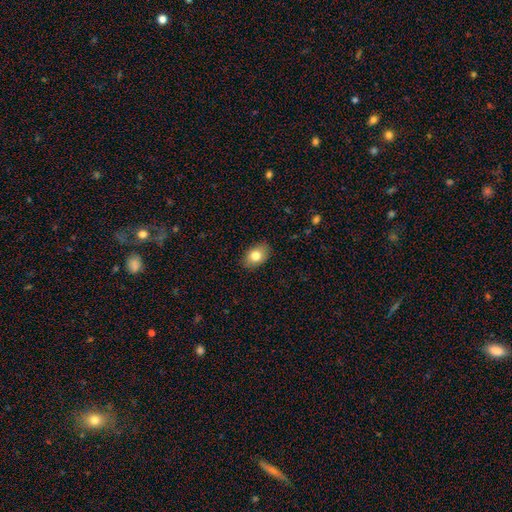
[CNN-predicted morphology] Q: Smooth or featured?
A: smooth (79%); runner-up: featured or disk (13%)
Q: How rounded?
A: in between (82%); runner-up: round (17%)
Q: Merging?
A: none (87%); runner-up: minor disturbance (10%)